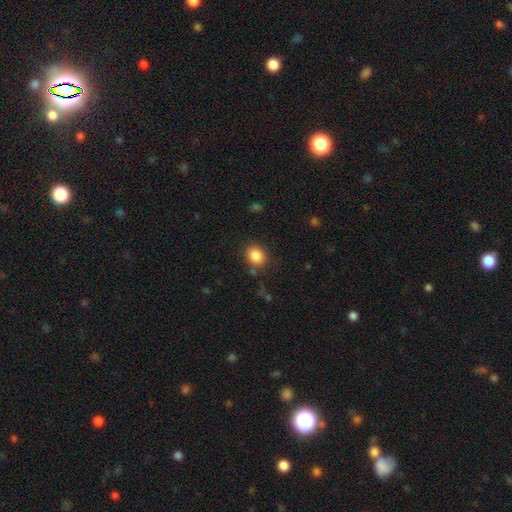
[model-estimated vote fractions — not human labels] Smooth or featured? Predicted: smooth (p=0.86). How rounded? Predicted: round (p=0.61). Merging? Predicted: none (p=0.82).